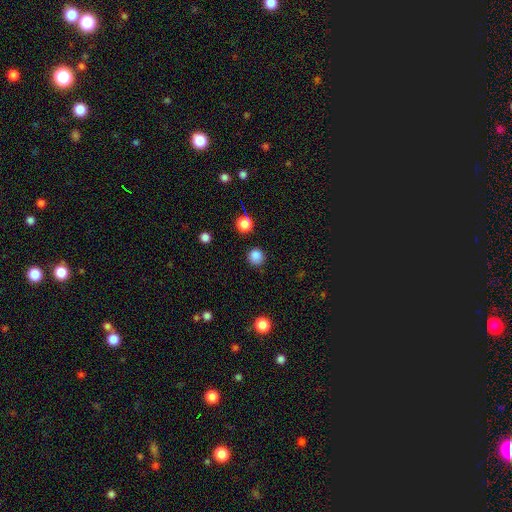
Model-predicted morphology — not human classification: Smooth or featured?
  - smooth: 84% *
  - star or artifact: 13%
  - featured or disk: 3%
How rounded?
  - round: 94% *
  - in between: 5%
  - cigar-shaped: 1%
Merging?
  - none: 89% *
  - minor disturbance: 7%
  - major disturbance: 2%
  - merger: 2%